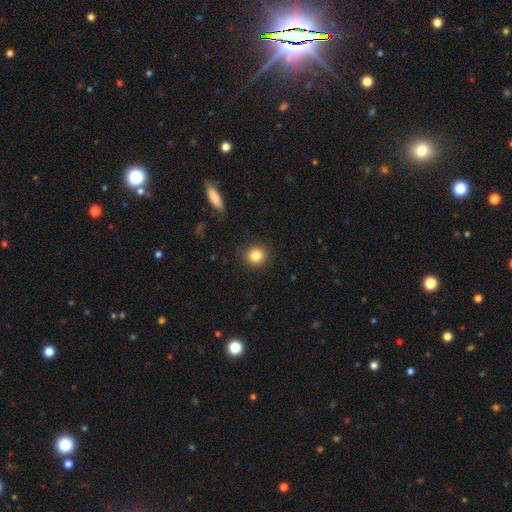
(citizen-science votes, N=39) Overall: smooth (87%). How rounded: round (94%). Merging: none (91%).